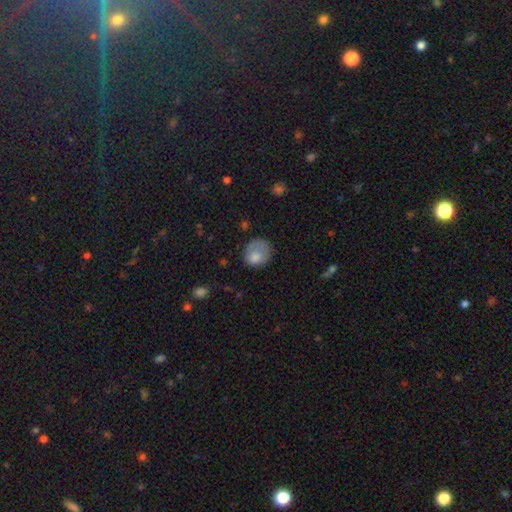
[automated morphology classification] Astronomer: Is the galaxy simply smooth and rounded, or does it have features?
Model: smooth — 77%.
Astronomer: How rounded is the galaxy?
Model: round — 67%.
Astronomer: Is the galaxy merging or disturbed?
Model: none — 49% (runner-up: minor disturbance, 29%).